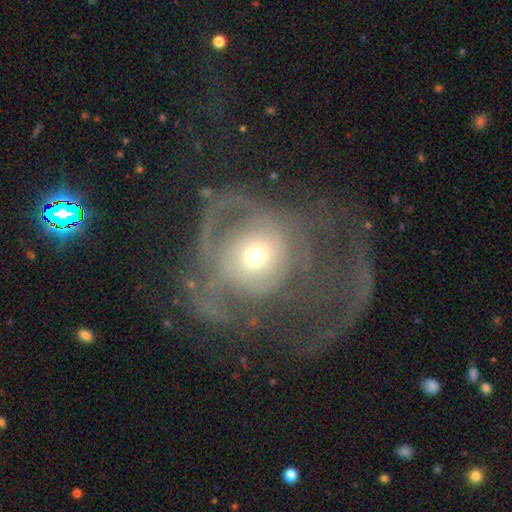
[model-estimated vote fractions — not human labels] A featured or disk galaxy (64%) with no bar (79%), spiral arms (57%) and a moderate central bulge (47%). Merging: major disturbance (62%).